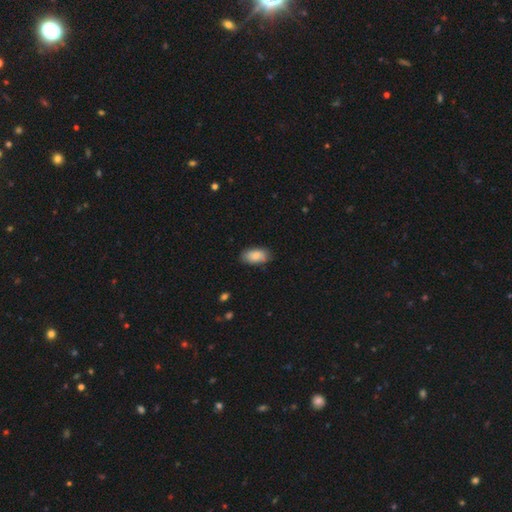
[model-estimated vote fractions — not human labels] The model was most divided on "merging": none: 76%, minor disturbance: 19%, major disturbance: 3%, merger: 1%. More confident: how rounded — in between (93%); smooth or featured — smooth (82%).